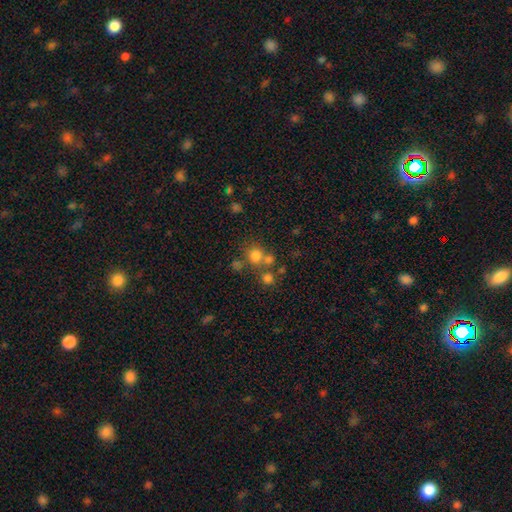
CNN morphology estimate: Smooth or featured? smooth (69%)
How rounded? round (84%)
Merging? none (54%)